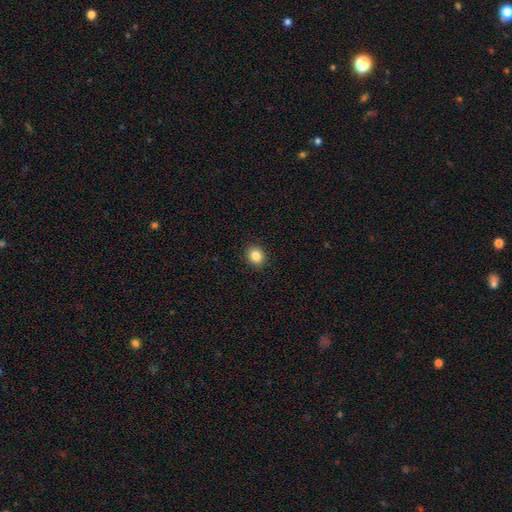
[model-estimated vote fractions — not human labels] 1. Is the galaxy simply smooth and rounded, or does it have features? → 85% smooth, 10% star or artifact, 5% featured or disk.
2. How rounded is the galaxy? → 74% round, 25% in between, 1% cigar-shaped.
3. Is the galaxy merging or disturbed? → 91% none, 6% minor disturbance, 2% major disturbance, 1% merger.